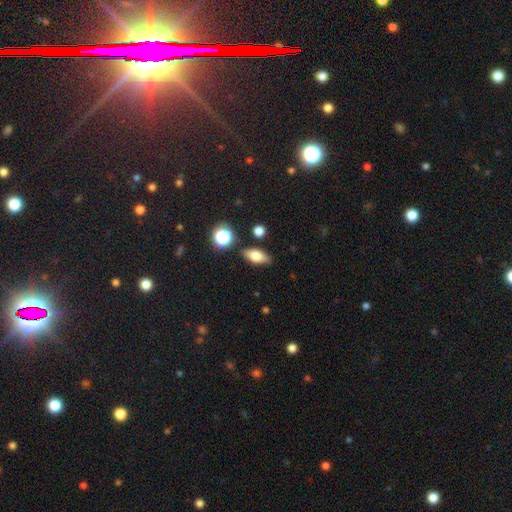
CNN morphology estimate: A smooth galaxy with no disk features (71%) that is in between round and cigar-shaped (77%).

Vote fractions:
- Smooth or featured? smooth: 71% / featured or disk: 18% / star or artifact: 11%
- How rounded? in between: 77% / cigar-shaped: 14% / round: 9%
- Merging? none: 81% / minor disturbance: 13% / merger: 4% / major disturbance: 3%